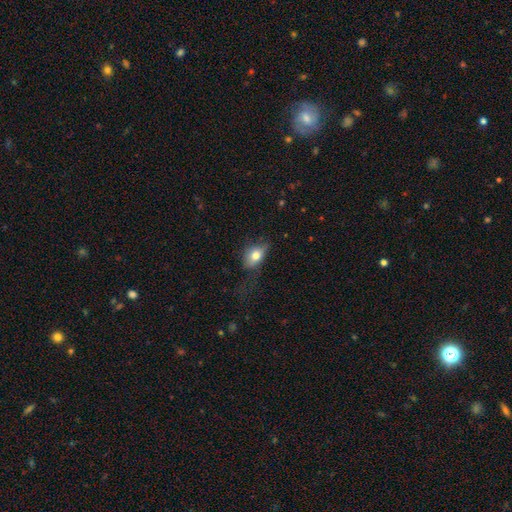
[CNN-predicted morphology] smooth 72%, featured or disk 19%, star or artifact 9%. Down the decision tree: how rounded — in between (79%); merging — none (45%).